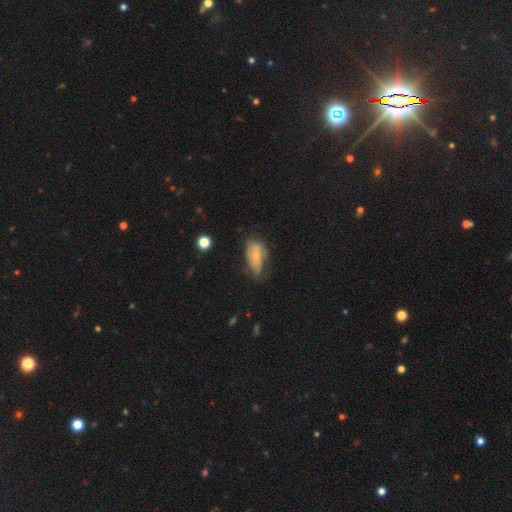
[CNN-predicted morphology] smooth-or-featured: smooth: 56% | featured or disk: 35% | star or artifact: 8%
  how-rounded: in between: 89% | cigar-shaped: 6% | round: 5%
  merging: minor disturbance: 37% | none: 34% | major disturbance: 25% | merger: 3%